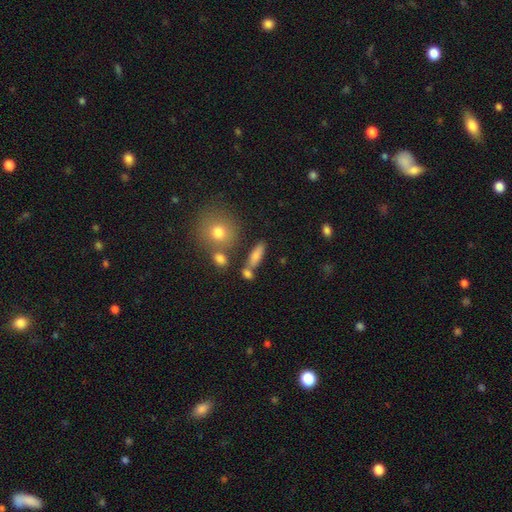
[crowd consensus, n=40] This is likely a smooth galaxy (72%). How rounded: likely cigar-shaped (62%). Merging: possibly none (57%).